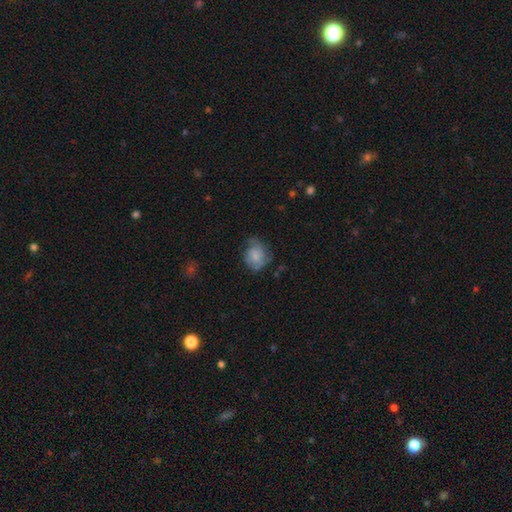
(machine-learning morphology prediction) This is possibly a smooth galaxy (57%). How rounded: possibly round (51%). Merging: possibly none (50%).